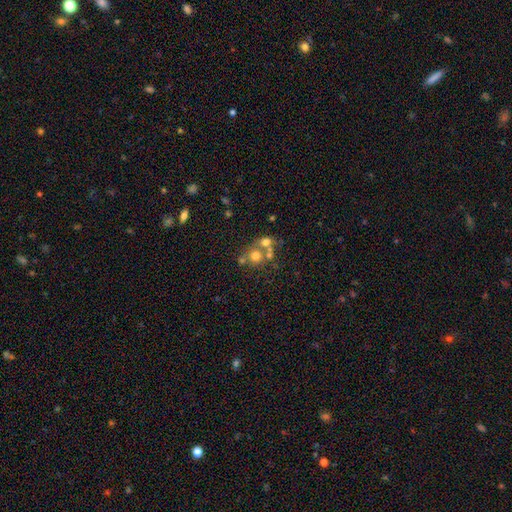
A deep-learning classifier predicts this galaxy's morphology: smooth_or_featured: smooth (p=0.62) [alt: featured or disk p=0.21]
how_rounded: round (p=0.84) [alt: in between p=0.15]
merging: merger (p=0.44) [alt: none p=0.43]